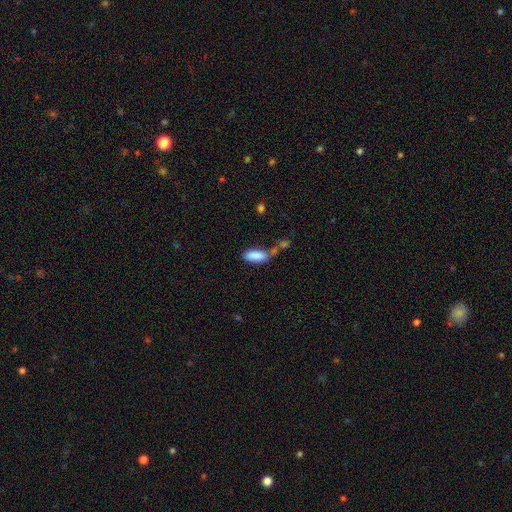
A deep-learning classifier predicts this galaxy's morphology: The model was most divided on "merging": none: 44%, merger: 29%, minor disturbance: 19%, major disturbance: 8%. More confident: smooth or featured — smooth (86%); how rounded — in between (84%).